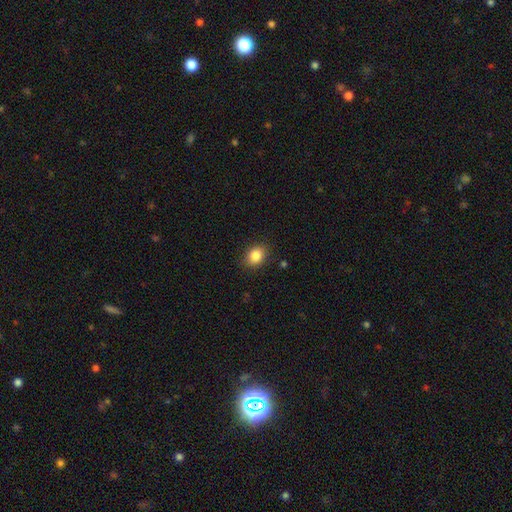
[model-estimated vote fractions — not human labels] smooth_or_featured: smooth (p=0.85) [alt: star or artifact p=0.09]
how_rounded: in between (p=0.59) [alt: round p=0.40]
merging: none (p=0.85) [alt: minor disturbance p=0.11]